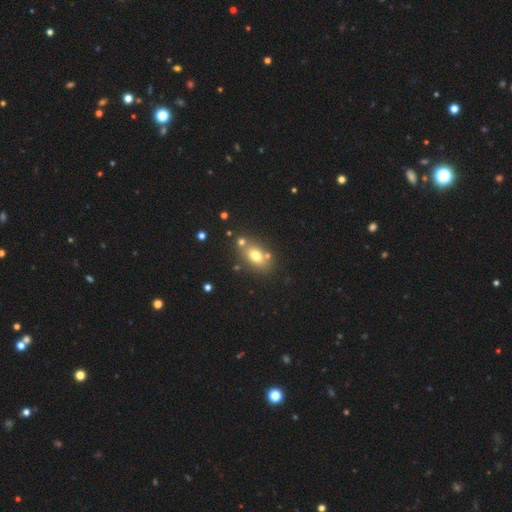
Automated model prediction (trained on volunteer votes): The model was most divided on "merging": none: 69%, merger: 16%, minor disturbance: 11%, major disturbance: 4%. More confident: how rounded — in between (80%); smooth or featured — smooth (73%).